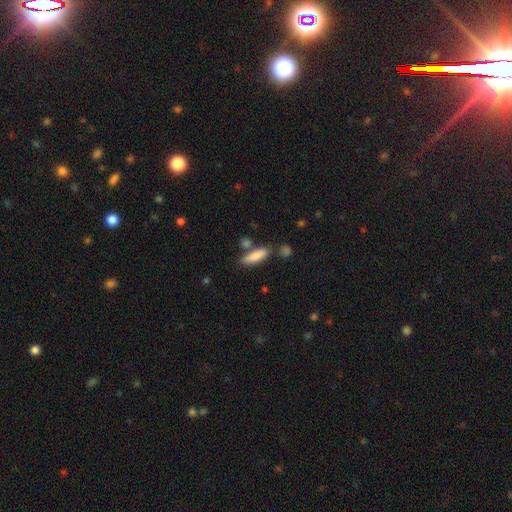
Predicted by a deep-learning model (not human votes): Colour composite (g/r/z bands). It shows a smooth galaxy with no disk features (84%) that is cigar-shaped (55%). Merging: none (74%).